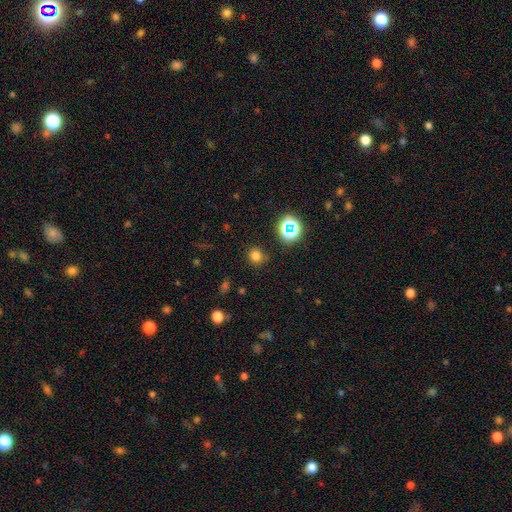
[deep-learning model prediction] Smooth or featured? smooth (74%)
How rounded? round (86%)
Merging? none (84%)